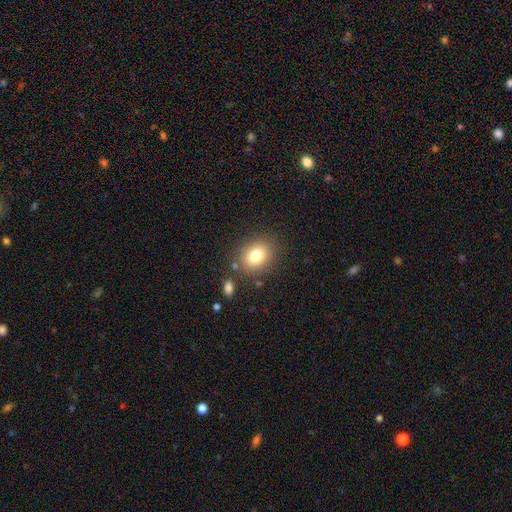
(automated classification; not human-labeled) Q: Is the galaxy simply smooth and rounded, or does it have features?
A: smooth — 79%.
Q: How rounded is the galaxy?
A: in between — 52%.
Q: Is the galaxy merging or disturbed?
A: none — 80%.